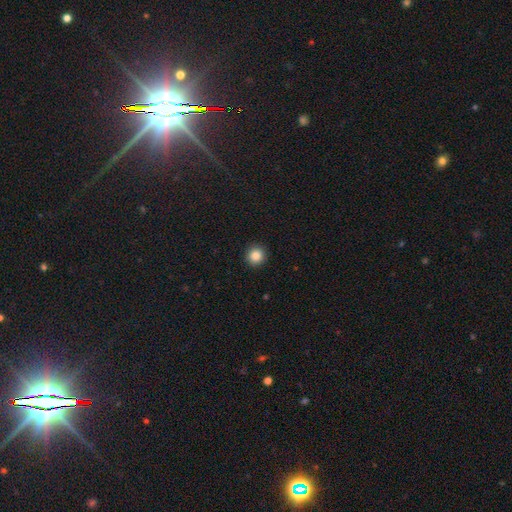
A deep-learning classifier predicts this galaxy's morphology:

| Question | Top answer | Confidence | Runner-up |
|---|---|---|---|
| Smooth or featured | smooth | 86% | star or artifact (10%) |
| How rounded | round | 93% | in between (6%) |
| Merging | none | 92% | minor disturbance (5%) |